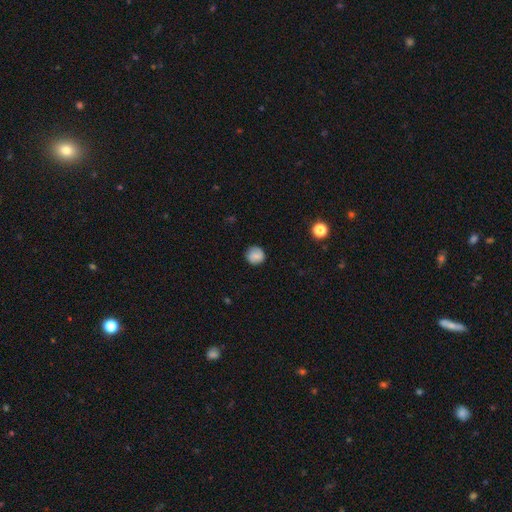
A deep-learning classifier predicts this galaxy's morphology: Overall: smooth (81%). How rounded: round (91%). Merging: none (85%).